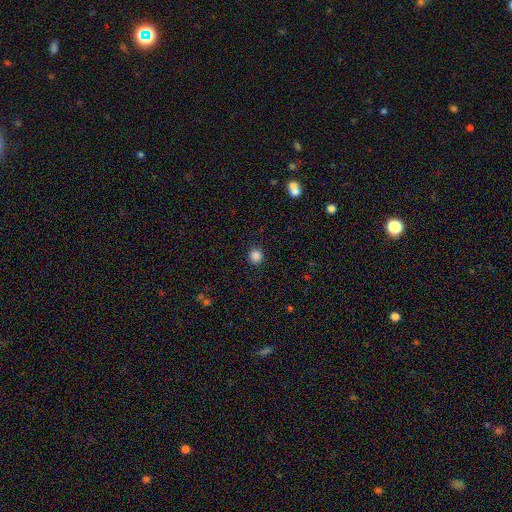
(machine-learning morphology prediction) Smooth or featured: smooth — 86% (star or artifact — 11%)
How rounded: round — 88% (in between — 11%)
Merging: none — 91% (minor disturbance — 6%)